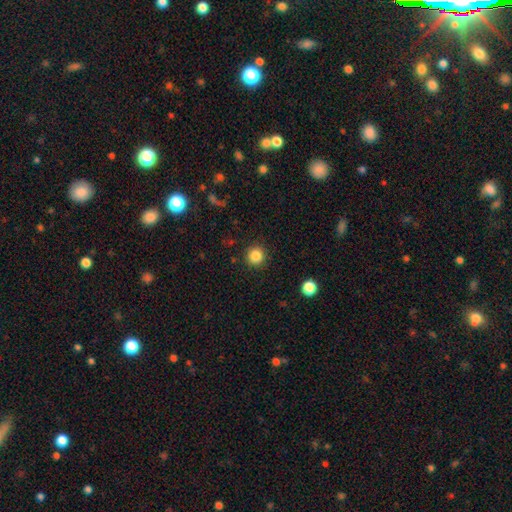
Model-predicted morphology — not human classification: Smooth or featured? Predicted: smooth (p=0.85). How rounded? Predicted: round (p=0.94). Merging? Predicted: none (p=0.91).